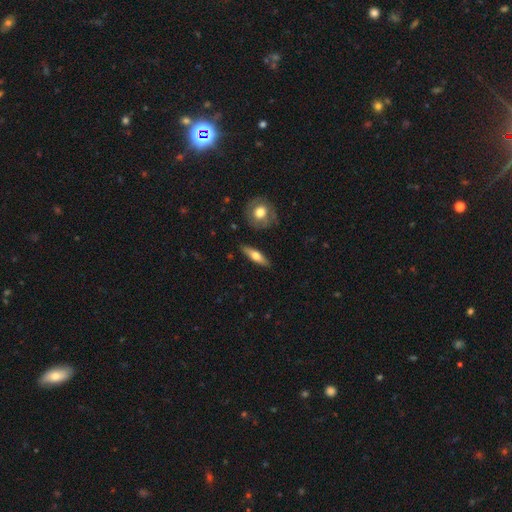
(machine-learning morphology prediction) smooth 50%, featured or disk 44%, star or artifact 6%. Down the decision tree: how rounded — cigar-shaped (62%); merging — none (87%).